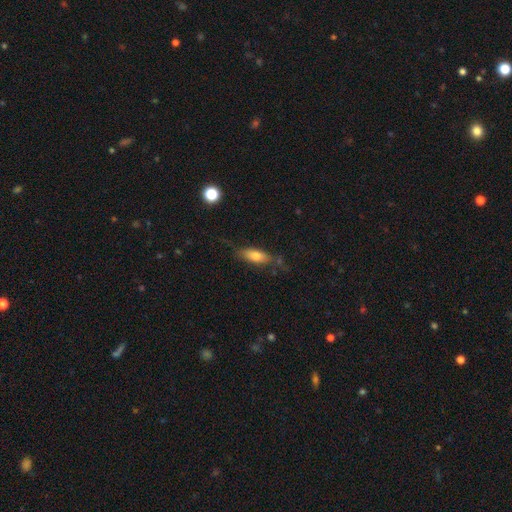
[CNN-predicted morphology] This is likely a smooth galaxy (72%). How rounded: likely in between (68%). Merging: likely none (65%).